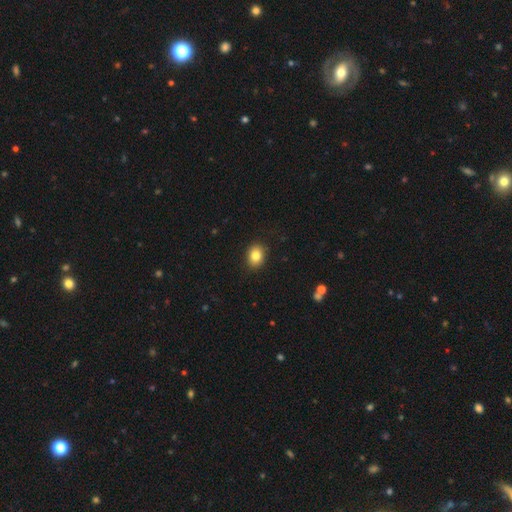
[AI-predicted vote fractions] The model was most divided on "how rounded": in between: 52%, round: 47%, cigar-shaped: 1%. More confident: merging — none (88%); smooth or featured — smooth (84%).